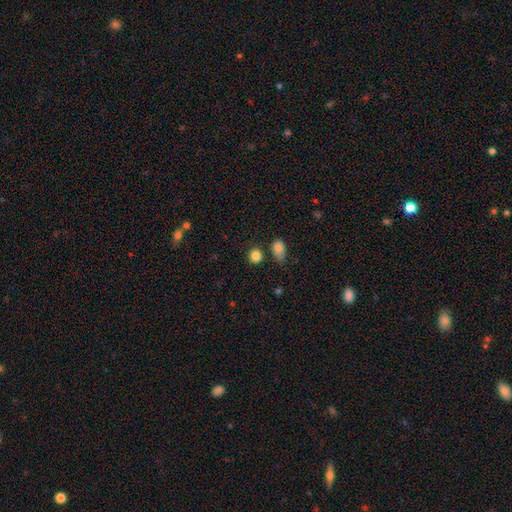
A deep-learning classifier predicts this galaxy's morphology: smooth 85%, star or artifact 11%, featured or disk 5%. Down the decision tree: how rounded — round (82%); merging — none (76%).